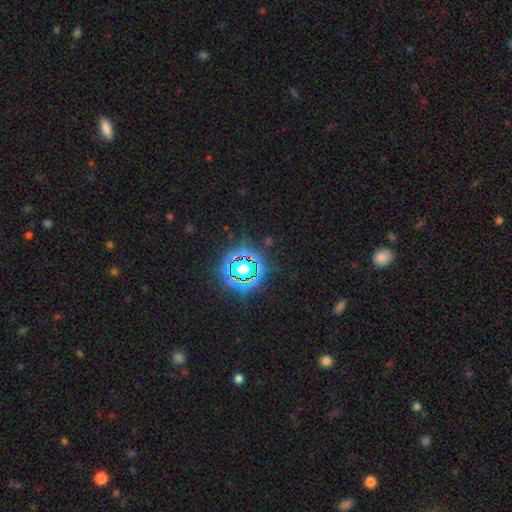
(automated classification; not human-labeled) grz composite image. It shows a star or artifact, not a galaxy (80%).